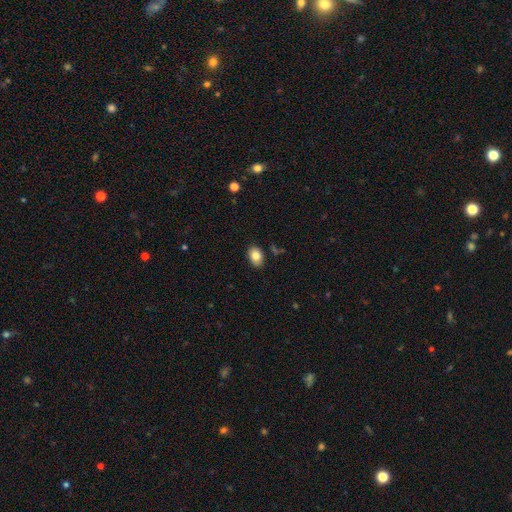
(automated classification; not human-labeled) Smooth or featured: smooth — 84% (star or artifact — 8%)
How rounded: in between — 80% (round — 19%)
Merging: none — 87% (minor disturbance — 9%)